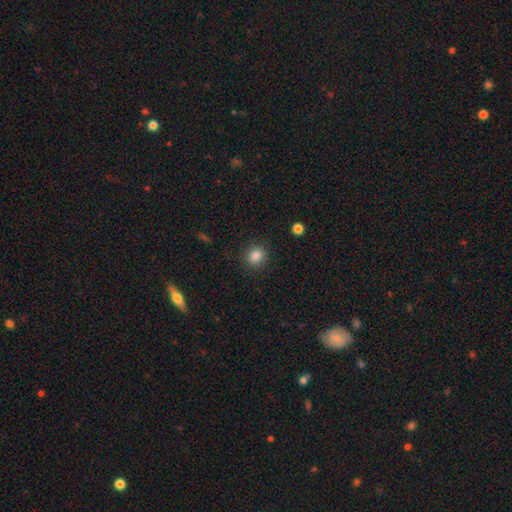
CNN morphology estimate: Smooth or featured?
  - smooth: 85% *
  - star or artifact: 11%
  - featured or disk: 4%
How rounded?
  - round: 80% *
  - in between: 19%
  - cigar-shaped: 1%
Merging?
  - none: 88% *
  - minor disturbance: 8%
  - major disturbance: 3%
  - merger: 1%